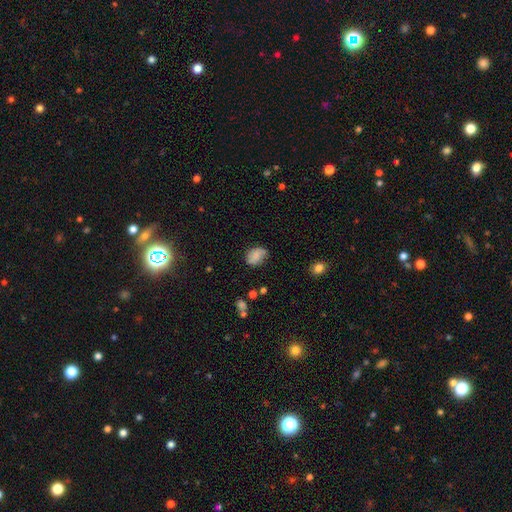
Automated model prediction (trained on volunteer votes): A smooth galaxy with no disk features (64%) that is in between round and cigar-shaped (69%).

Vote fractions:
- Smooth or featured? smooth: 64% / featured or disk: 26% / star or artifact: 10%
- How rounded? in between: 69% / round: 29% / cigar-shaped: 1%
- Merging? none: 59% / minor disturbance: 29% / major disturbance: 9% / merger: 3%